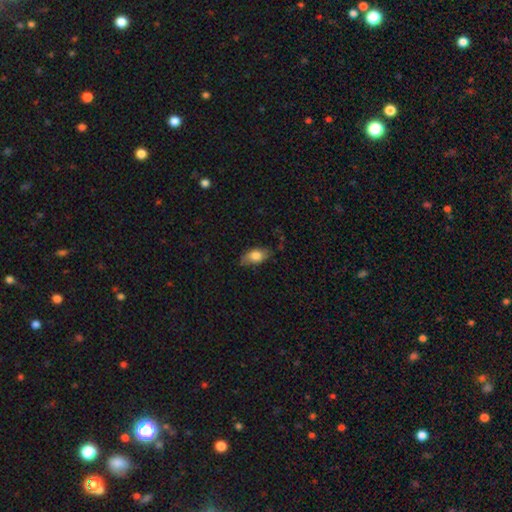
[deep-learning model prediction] Morphology: type=smooth (78%); roundness=in between (89%); merging=none (71%).